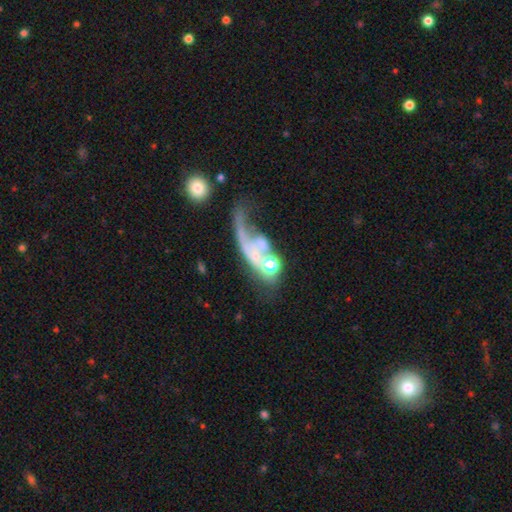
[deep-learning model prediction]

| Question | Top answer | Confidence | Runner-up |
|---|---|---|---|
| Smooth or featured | featured or disk | 61% | smooth (26%) |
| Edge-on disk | no | 93% | yes (7%) |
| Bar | no | 79% | weak (15%) |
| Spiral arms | no | 53% | yes (47%) |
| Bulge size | small | 38% | none (34%) |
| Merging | major disturbance | 38% | merger (32%) |